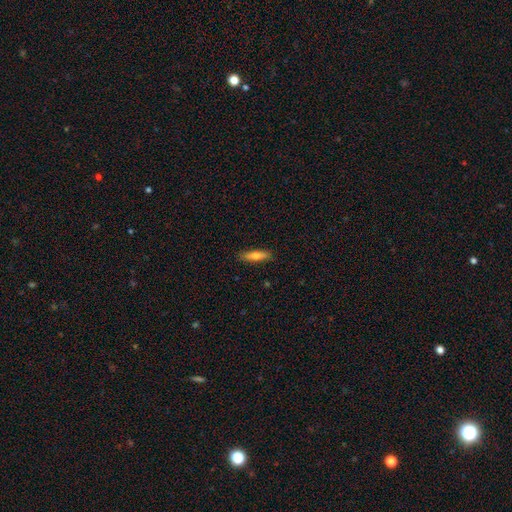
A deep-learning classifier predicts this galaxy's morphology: This is likely a smooth galaxy (68%). How rounded: likely cigar-shaped (74%). Merging: clearly none (88%).